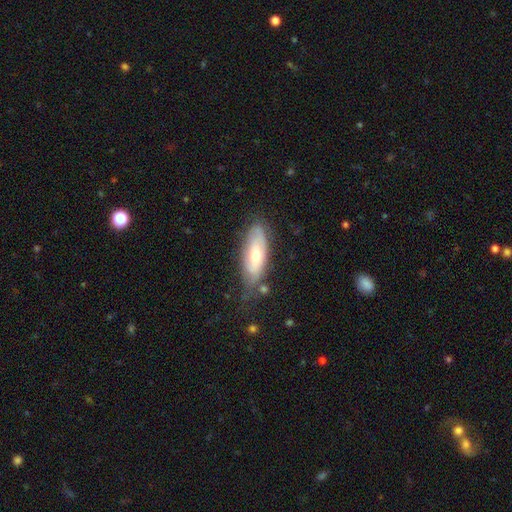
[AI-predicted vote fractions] Q: Smooth or featured?
A: featured or disk (47%); tied with: smooth (47%)
Q: Merging?
A: none (65%); runner-up: minor disturbance (25%)